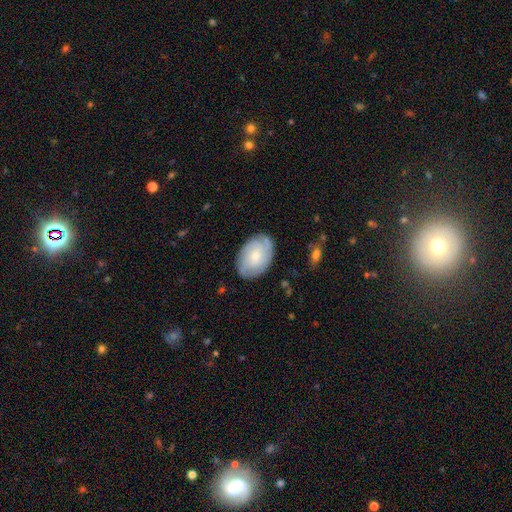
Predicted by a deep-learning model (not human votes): A featured or disk galaxy (61%) with no bar (74%), tight (61%) spiral arms (86%) and a small central bulge (64%).

Vote fractions:
- Smooth or featured? featured or disk: 61% / smooth: 33% / star or artifact: 6%
- Edge-on disk? no: 96% / yes: 4%
- Bar? no: 74% / weak: 22% / strong: 4%
- Spiral arms? yes: 86% / no: 14%
- Spiral winding? tight: 61% / medium: 29% / loose: 10%
- Spiral arm count? can't tell: 42% / 2: 21% / 3: 19% / 4: 9% / 1: 5% / more than 4: 5%
- Bulge size? small: 64% / moderate: 32% / large: 2% / none: 1% / dominant: 1%
- Merging? none: 80% / minor disturbance: 15% / major disturbance: 4% / merger: 1%